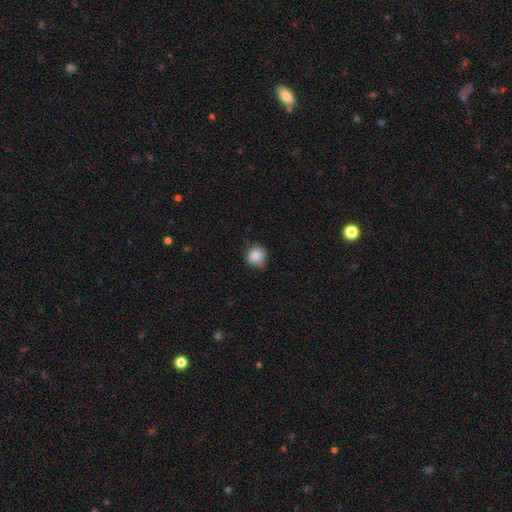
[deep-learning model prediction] Overall: smooth (87%). How rounded: round (82%). Merging: none (62%; minor disturbance 31%).